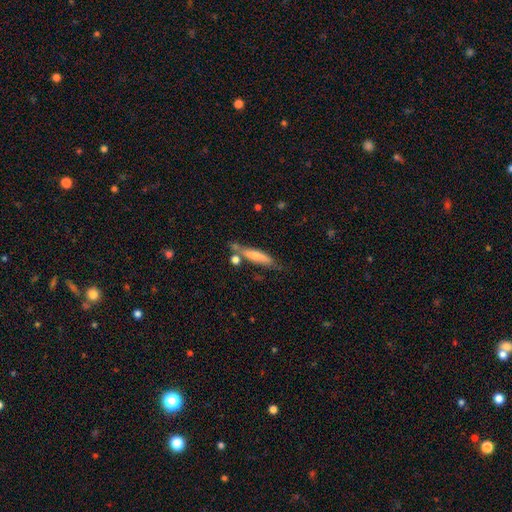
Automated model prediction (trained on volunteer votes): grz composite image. It shows a smooth galaxy with no disk features (62%) that is cigar-shaped (80%). Merging: none (61%).